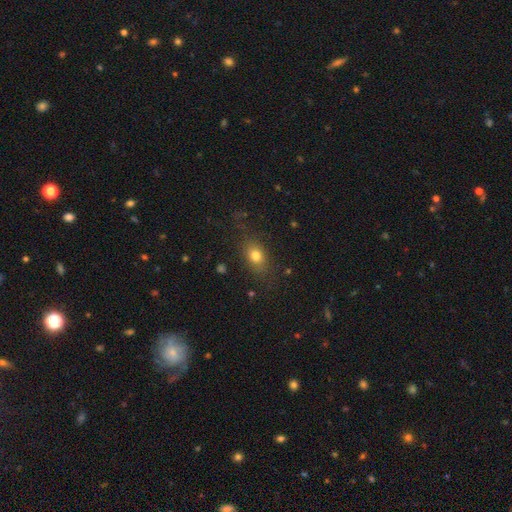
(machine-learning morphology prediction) smooth_or_featured: smooth (p=0.77) [alt: star or artifact p=0.12]
how_rounded: in between (p=0.69) [alt: round p=0.28]
merging: none (p=0.77) [alt: minor disturbance p=0.14]